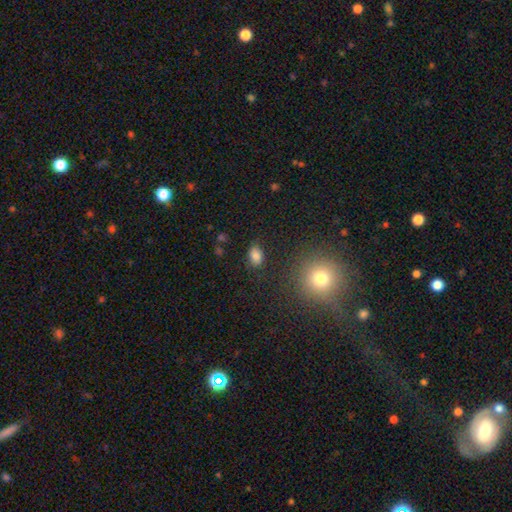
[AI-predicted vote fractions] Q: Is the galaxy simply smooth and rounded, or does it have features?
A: smooth — 83%.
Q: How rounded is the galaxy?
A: in between — 81%.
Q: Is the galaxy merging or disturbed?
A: none — 80%.